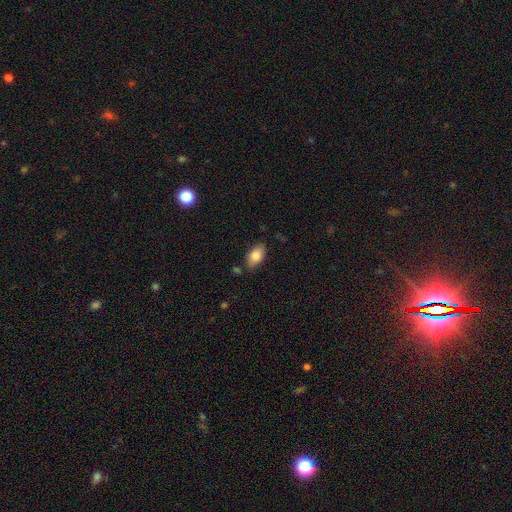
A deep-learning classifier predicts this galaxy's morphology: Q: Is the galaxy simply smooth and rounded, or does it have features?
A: smooth — 83%.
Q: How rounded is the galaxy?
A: in between — 93%.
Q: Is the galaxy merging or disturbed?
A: none — 80%.